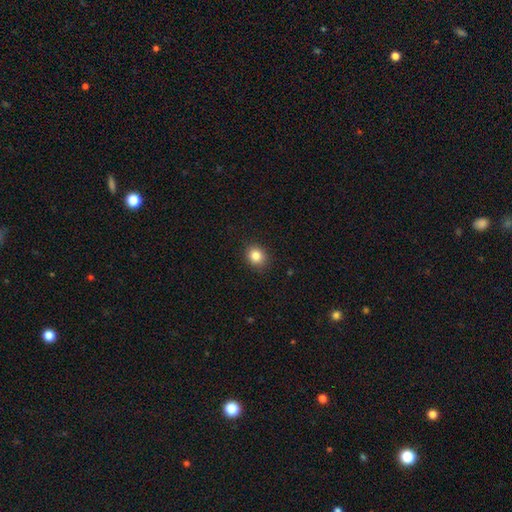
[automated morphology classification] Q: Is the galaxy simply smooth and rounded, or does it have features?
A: smooth — 84%.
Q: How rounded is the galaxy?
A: round — 75%.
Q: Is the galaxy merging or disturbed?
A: none — 89%.